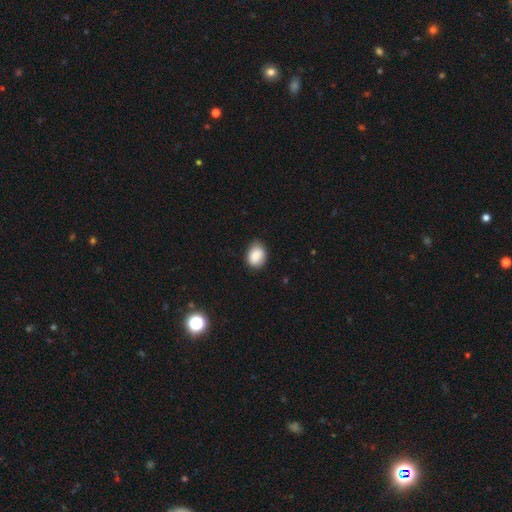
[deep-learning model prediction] Smooth or featured? smooth (87%)
How rounded? in between (67%)
Merging? none (72%)